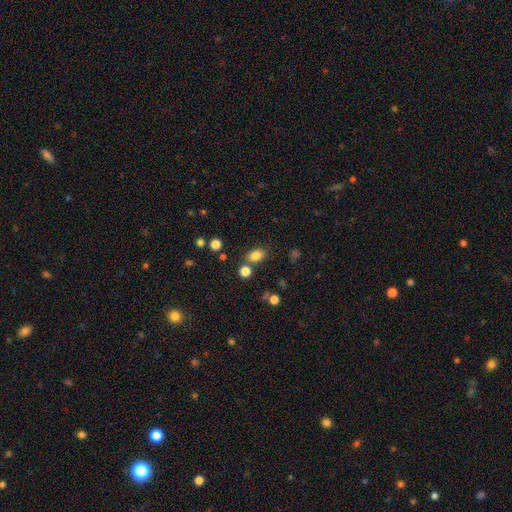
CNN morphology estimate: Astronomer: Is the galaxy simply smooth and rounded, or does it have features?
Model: smooth — 82%.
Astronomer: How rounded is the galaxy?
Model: in between — 73%.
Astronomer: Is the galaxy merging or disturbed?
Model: none — 73%.